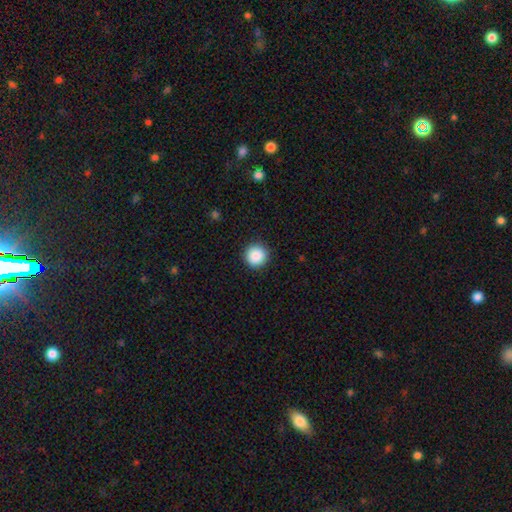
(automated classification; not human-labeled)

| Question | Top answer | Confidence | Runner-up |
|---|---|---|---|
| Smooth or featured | smooth | 88% | star or artifact (9%) |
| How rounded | round | 96% | in between (3%) |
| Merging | none | 92% | minor disturbance (5%) |